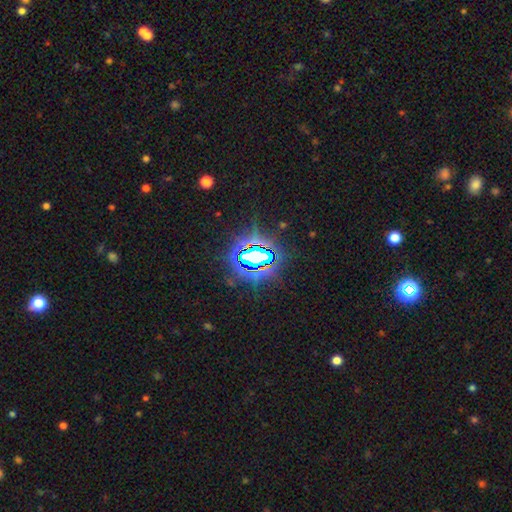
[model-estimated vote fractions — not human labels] Smooth or featured?
  - star or artifact: 78% *
  - smooth: 11%
  - featured or disk: 11%